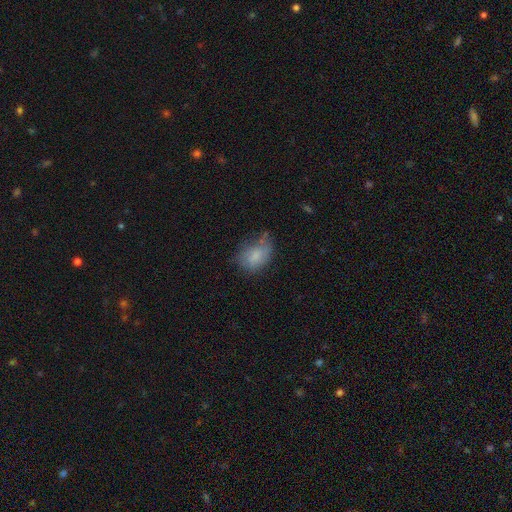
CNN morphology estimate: Smooth or featured? smooth (77%)
How rounded? in between (78%)
Merging? none (44%)